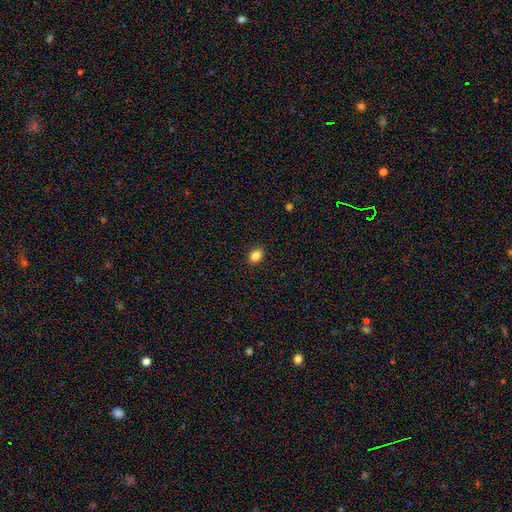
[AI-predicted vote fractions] Smooth or featured? Predicted: smooth (p=0.86). How rounded? Predicted: in between (p=0.72). Merging? Predicted: none (p=0.90).